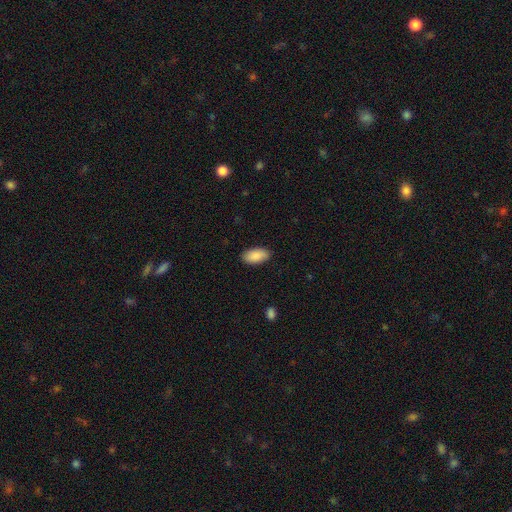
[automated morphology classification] type=smooth (90%); roundness=in between (95%); merging=none (89%).